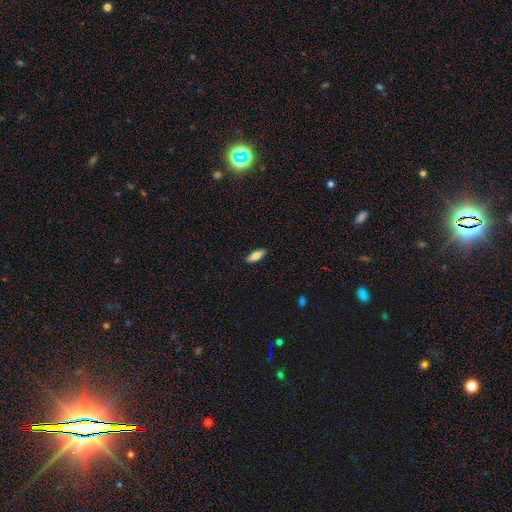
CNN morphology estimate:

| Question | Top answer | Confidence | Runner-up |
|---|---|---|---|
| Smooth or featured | smooth | 75% | featured or disk (19%) |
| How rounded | in between | 73% | cigar-shaped (25%) |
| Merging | none | 90% | minor disturbance (8%) |